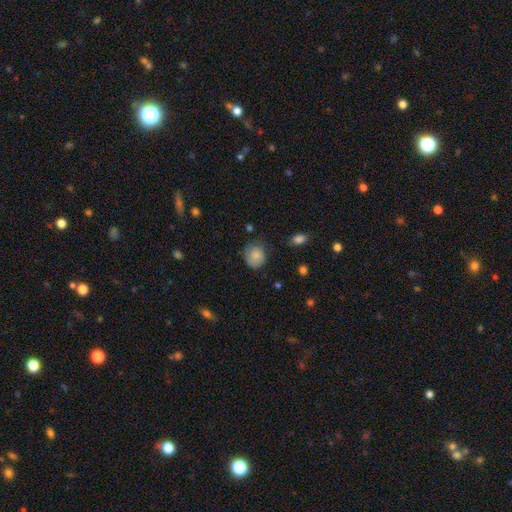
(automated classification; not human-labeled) This appears to be a smooth galaxy with no disk features (83%) that is round (73%). Merging: none (68%).